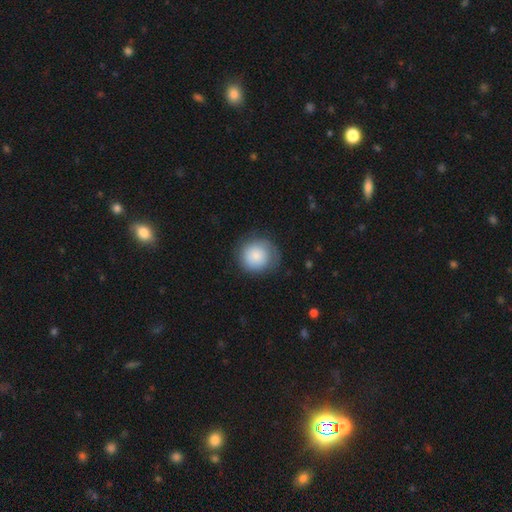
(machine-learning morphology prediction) A smooth galaxy with no disk features (82%) that is round (90%). Merging: none (76%).